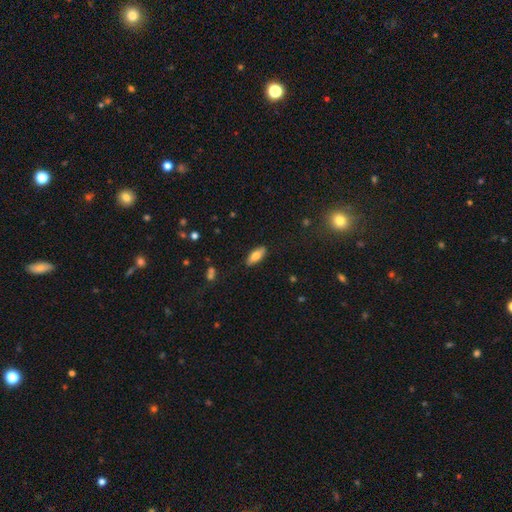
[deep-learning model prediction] smooth-or-featured: smooth: 74% | featured or disk: 19% | star or artifact: 7%
  how-rounded: in between: 75% | cigar-shaped: 23% | round: 2%
  merging: none: 87% | minor disturbance: 10% | major disturbance: 2% | merger: 1%